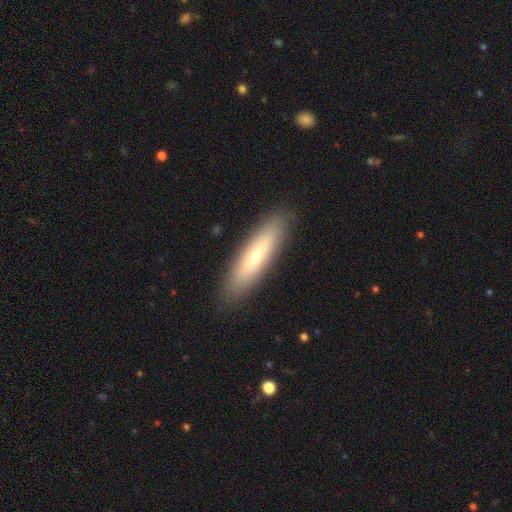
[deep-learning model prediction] Smooth or featured? smooth (64%)
How rounded? cigar-shaped (74%)
Merging? none (89%)